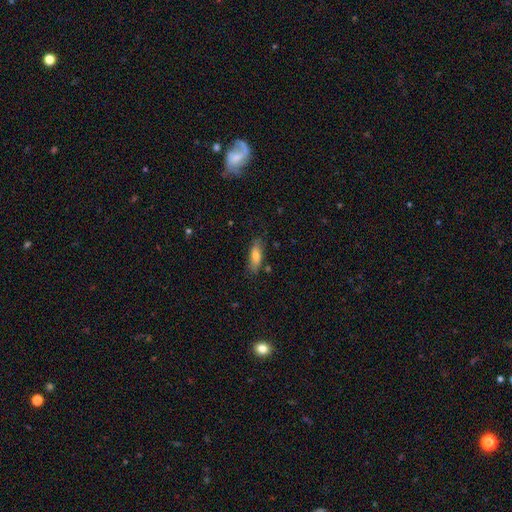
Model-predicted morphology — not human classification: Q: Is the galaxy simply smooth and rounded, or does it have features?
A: smooth — 74%.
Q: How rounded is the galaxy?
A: in between — 59%.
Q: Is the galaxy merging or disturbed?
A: none — 76%.